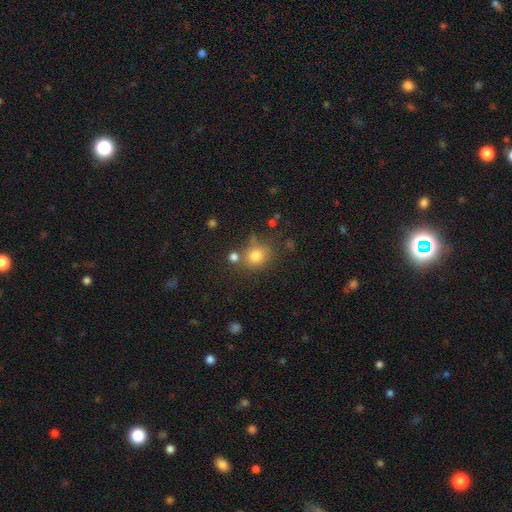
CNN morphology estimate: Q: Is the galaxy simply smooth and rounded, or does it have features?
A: smooth — 78%.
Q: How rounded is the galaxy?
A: round — 75%.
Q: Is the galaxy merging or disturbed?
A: none — 68%.